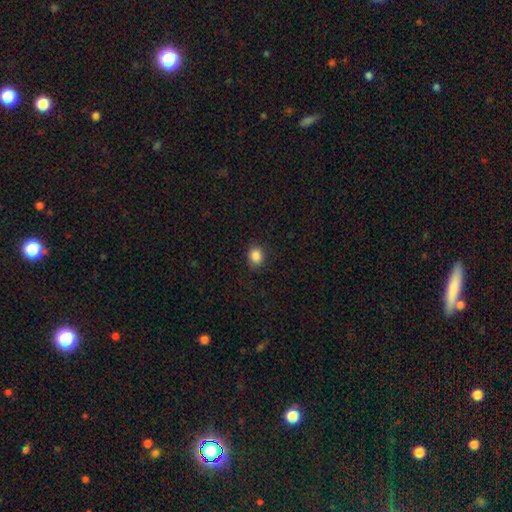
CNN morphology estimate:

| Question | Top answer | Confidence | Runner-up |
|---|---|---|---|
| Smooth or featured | smooth | 86% | star or artifact (10%) |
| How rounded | round | 72% | in between (27%) |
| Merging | none | 86% | minor disturbance (10%) |